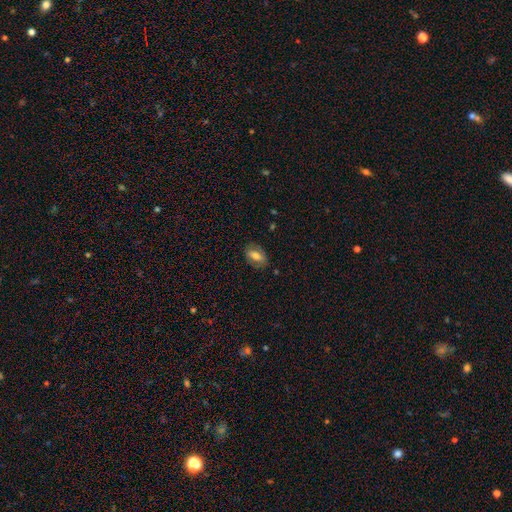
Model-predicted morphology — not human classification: Overall: smooth (64%; featured or disk 28%). How rounded: in between (87%). Merging: none (80%).